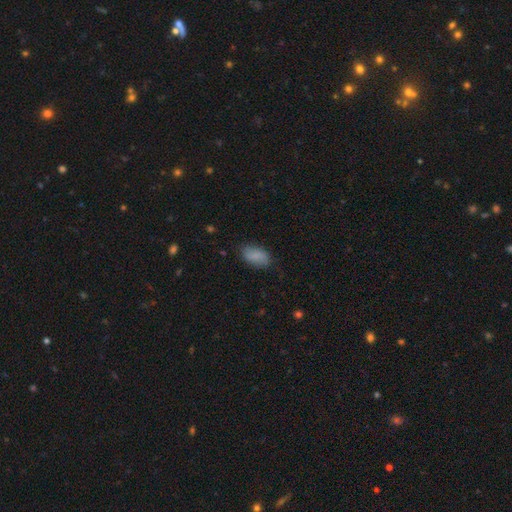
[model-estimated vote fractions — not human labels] The model was most divided on "merging": none: 78%, minor disturbance: 17%, major disturbance: 4%, merger: 1%. More confident: how rounded — in between (93%); smooth or featured — smooth (84%).